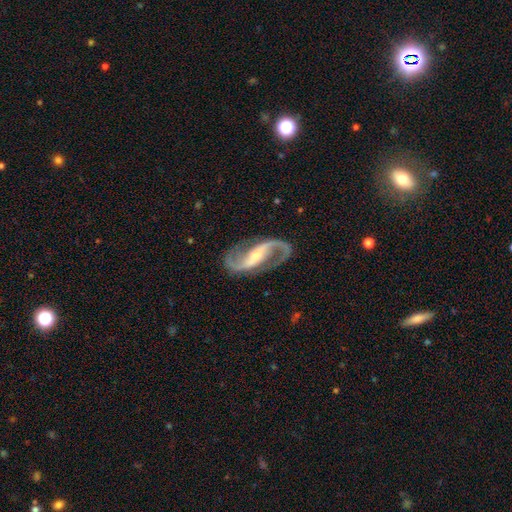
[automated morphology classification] A featured or disk galaxy (93%) with a strong bar (48%), 2 (94%) loose (49%) spiral arms (98%) and a small central bulge (56%). Merging: none (83%).